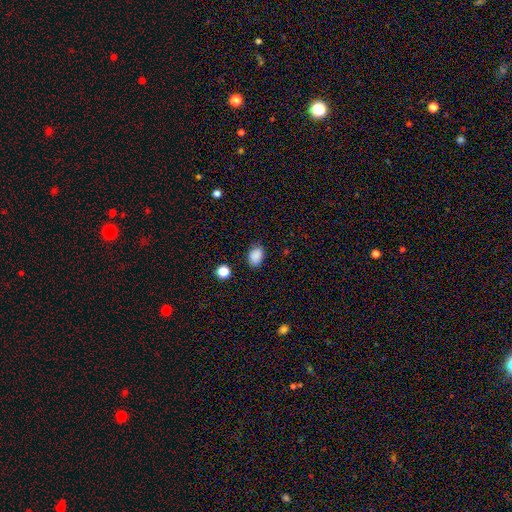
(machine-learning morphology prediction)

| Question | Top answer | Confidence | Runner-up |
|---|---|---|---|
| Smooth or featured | smooth | 87% | star or artifact (9%) |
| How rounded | in between | 81% | round (18%) |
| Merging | none | 83% | minor disturbance (12%) |